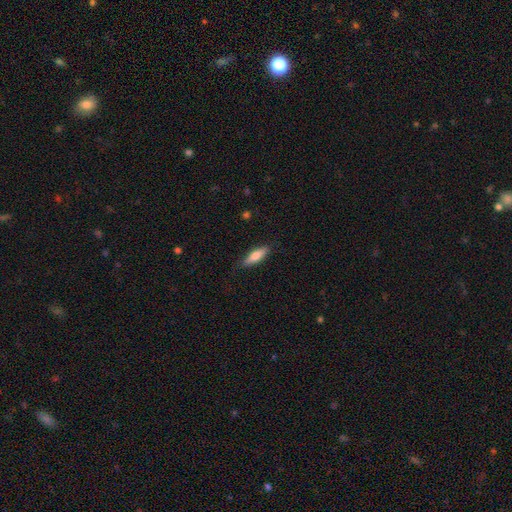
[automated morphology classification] A smooth galaxy with no disk features (70%) that is cigar-shaped (53%).

Vote fractions:
- Smooth or featured? smooth: 70% / featured or disk: 24% / star or artifact: 6%
- How rounded? cigar-shaped: 53% / in between: 45% / round: 2%
- Merging? none: 84% / minor disturbance: 12% / major disturbance: 2% / merger: 1%